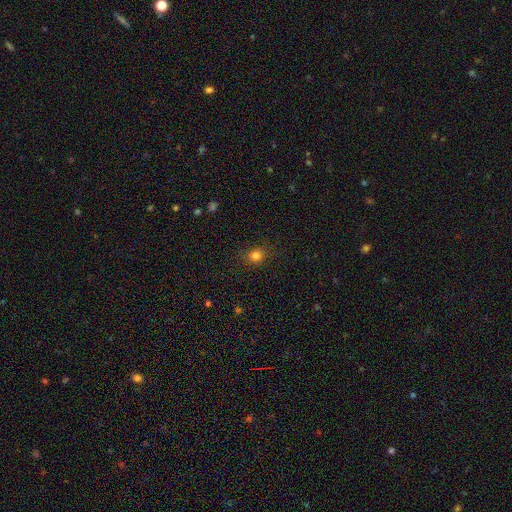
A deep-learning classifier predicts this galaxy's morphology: Smooth or featured?
  - smooth: 80% *
  - star or artifact: 15%
  - featured or disk: 5%
How rounded?
  - round: 76% *
  - in between: 23%
  - cigar-shaped: 1%
Merging?
  - none: 85% *
  - minor disturbance: 10%
  - major disturbance: 3%
  - merger: 1%